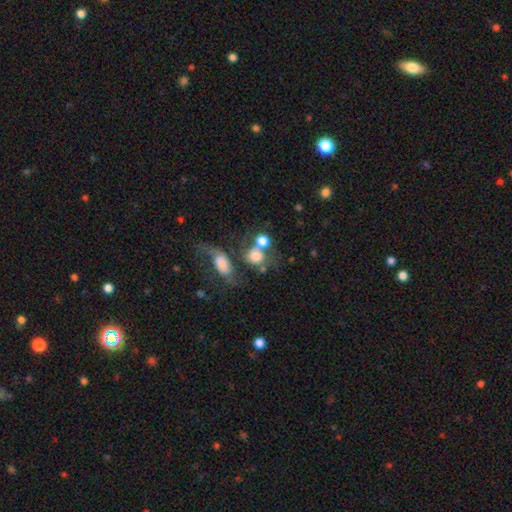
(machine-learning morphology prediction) This appears to be a smooth galaxy with no disk features (65%) that is round (67%). Merging: merger (48%).